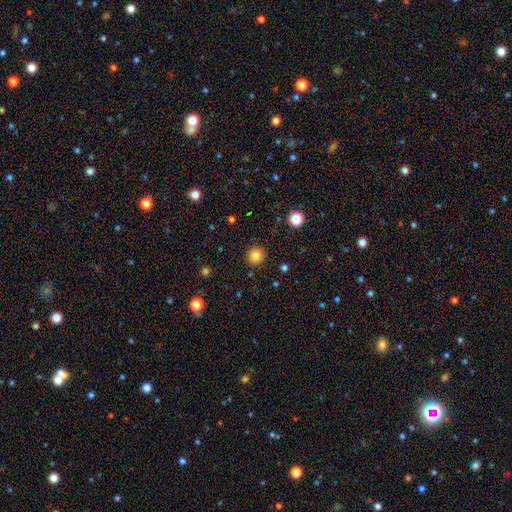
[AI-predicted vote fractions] This is clearly a smooth galaxy (82%). How rounded: clearly round (94%). Merging: clearly none (90%).